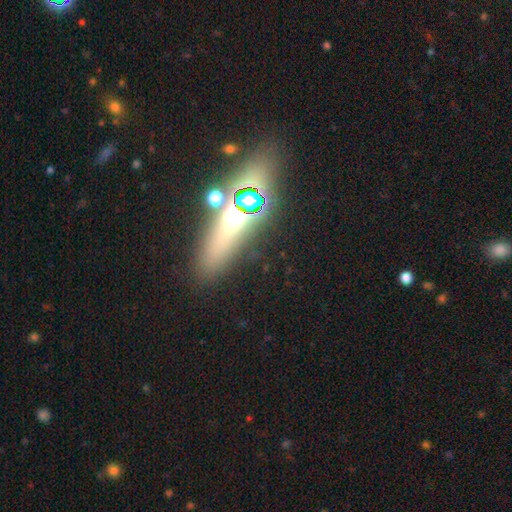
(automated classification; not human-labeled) A star or artifact, not a galaxy (41%).

Vote fractions:
- Smooth or featured? star or artifact: 41% / smooth: 34% / featured or disk: 24%